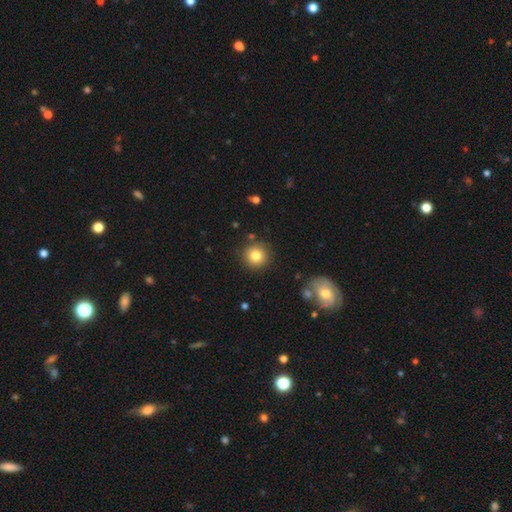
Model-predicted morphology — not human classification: Smooth or featured? Predicted: smooth (p=0.82). How rounded? Predicted: round (p=0.94). Merging? Predicted: none (p=0.88).